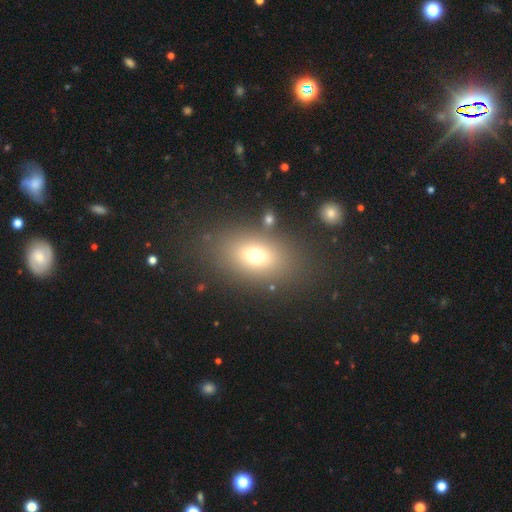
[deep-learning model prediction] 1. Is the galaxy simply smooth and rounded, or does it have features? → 70% smooth, 15% star or artifact, 15% featured or disk.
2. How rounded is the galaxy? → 77% in between, 20% round, 2% cigar-shaped.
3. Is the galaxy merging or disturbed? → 80% none, 10% minor disturbance, 6% major disturbance, 4% merger.